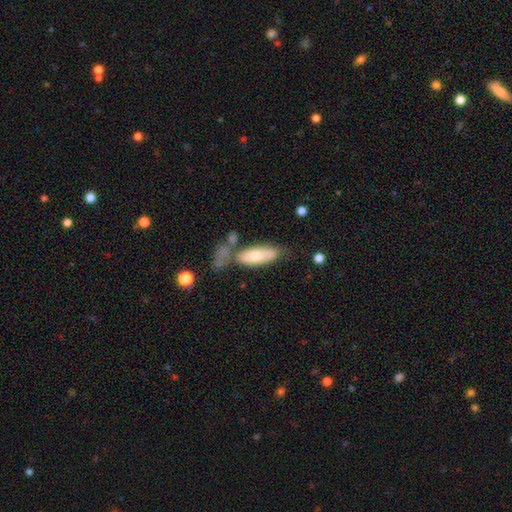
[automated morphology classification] Smooth or featured? smooth (69%)
How rounded? in between (66%)
Merging? none (50%)